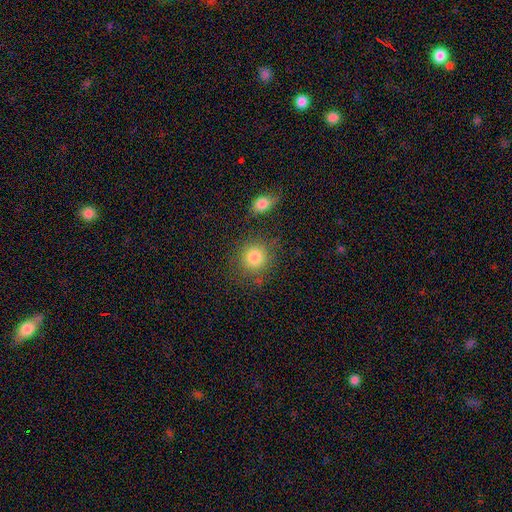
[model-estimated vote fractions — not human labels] Q: Smooth or featured?
A: smooth (81%); runner-up: star or artifact (12%)
Q: How rounded?
A: round (86%); runner-up: in between (13%)
Q: Merging?
A: none (80%); runner-up: minor disturbance (10%)